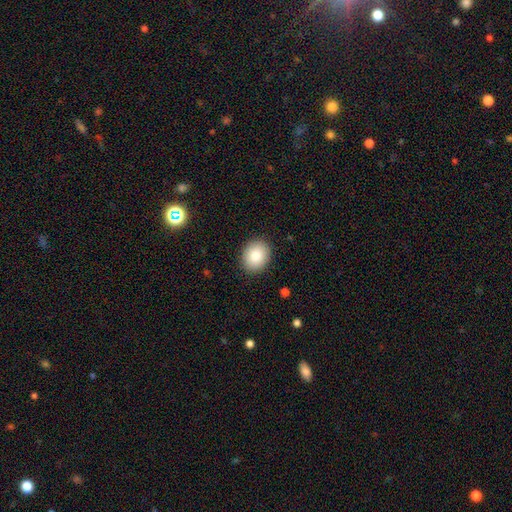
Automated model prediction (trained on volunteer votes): Smooth or featured?
  - smooth: 86% *
  - star or artifact: 8%
  - featured or disk: 6%
How rounded?
  - round: 54% *
  - in between: 45%
  - cigar-shaped: 1%
Merging?
  - none: 89% *
  - minor disturbance: 8%
  - major disturbance: 2%
  - merger: 1%